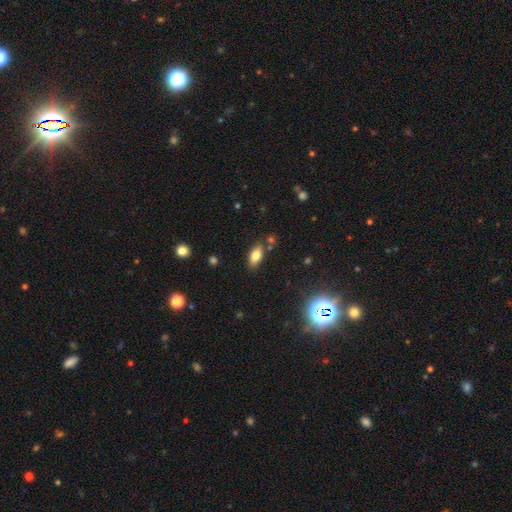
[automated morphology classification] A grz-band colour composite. It shows a smooth galaxy with no disk features (76%) that is in between round and cigar-shaped (87%). Merging: none (80%).